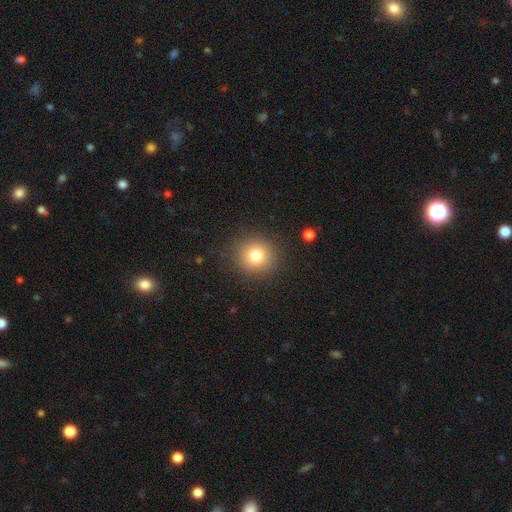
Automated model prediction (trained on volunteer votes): Smooth or featured? smooth (78%)
How rounded? round (91%)
Merging? none (89%)